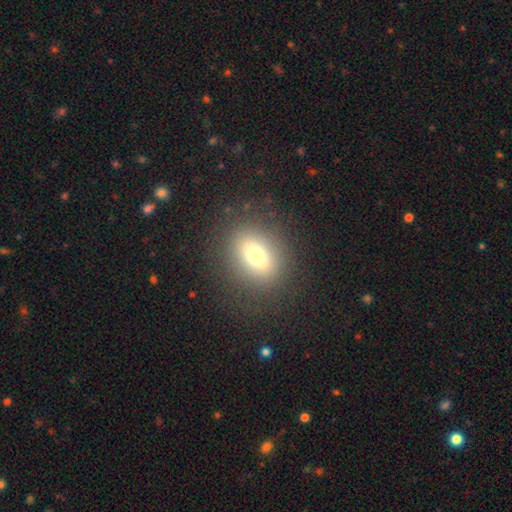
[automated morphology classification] Q: Smooth or featured?
A: smooth (71%); runner-up: featured or disk (17%)
Q: How rounded?
A: in between (60%); runner-up: round (37%)
Q: Merging?
A: none (86%); runner-up: minor disturbance (9%)